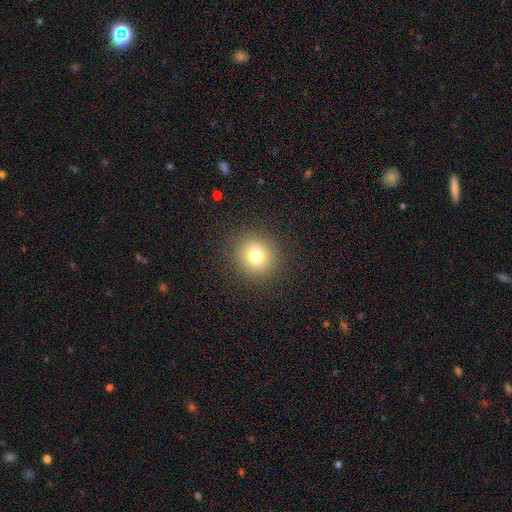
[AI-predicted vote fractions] Smooth or featured: smooth — 77% (star or artifact — 14%)
How rounded: round — 92% (in between — 7%)
Merging: none — 90% (minor disturbance — 6%)